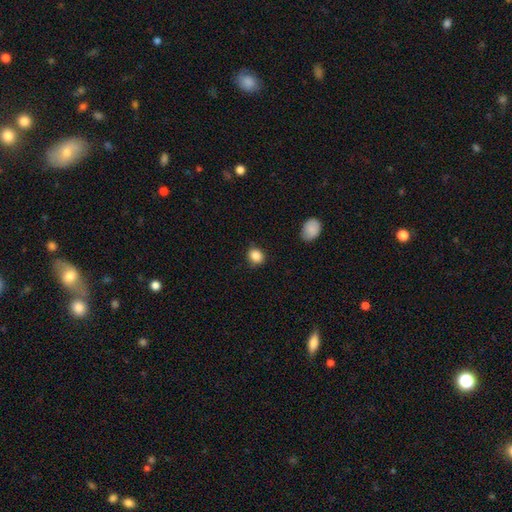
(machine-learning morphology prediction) smooth-or-featured: smooth: 87% | star or artifact: 10% | featured or disk: 4%
  how-rounded: round: 69% | in between: 30% | cigar-shaped: 1%
  merging: none: 81% | minor disturbance: 15% | major disturbance: 3% | merger: 1%